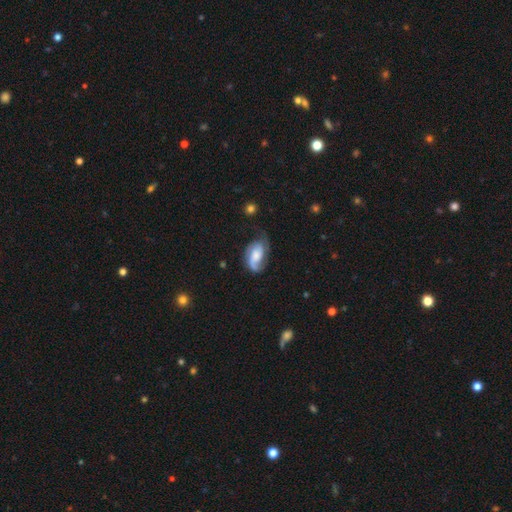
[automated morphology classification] Smooth or featured? featured or disk (69%)
Edge-on disk? no (96%)
Bar? no (56%)
Spiral arms? yes (93%)
Spiral winding? medium (42%)
Spiral arm count? 2 (57%)
Bulge size? moderate (35%)
Merging? none (52%)